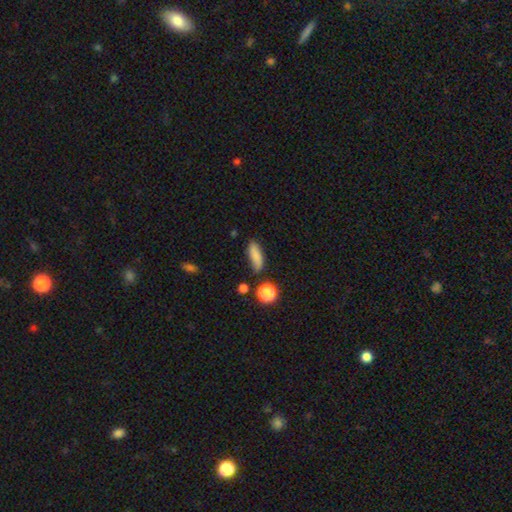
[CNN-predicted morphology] smooth_or_featured: smooth (p=0.81) [alt: star or artifact p=0.10]
how_rounded: in between (p=0.58) [alt: cigar-shaped p=0.38]
merging: none (p=0.74) [alt: minor disturbance p=0.18]